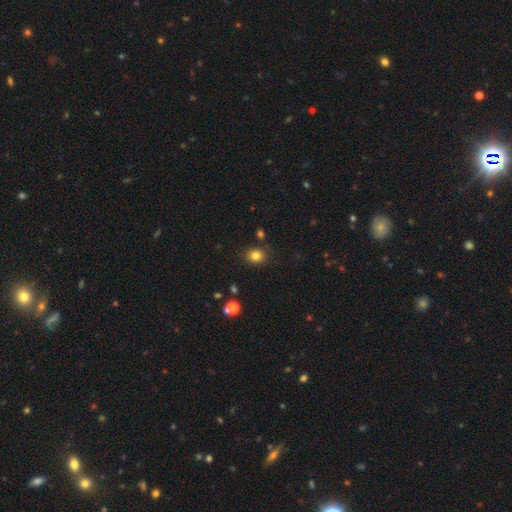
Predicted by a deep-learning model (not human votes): Q: Smooth or featured?
A: smooth (81%); runner-up: star or artifact (12%)
Q: How rounded?
A: round (57%); runner-up: in between (42%)
Q: Merging?
A: none (83%); runner-up: minor disturbance (11%)